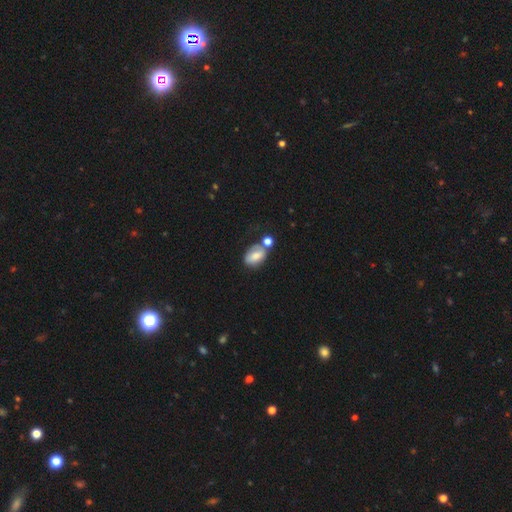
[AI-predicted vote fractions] Q: Smooth or featured?
A: smooth (69%); runner-up: featured or disk (21%)
Q: How rounded?
A: in between (84%); runner-up: round (14%)
Q: Merging?
A: none (41%); runner-up: merger (30%)